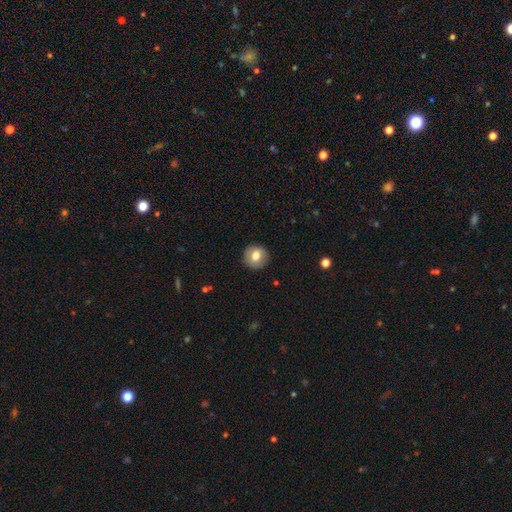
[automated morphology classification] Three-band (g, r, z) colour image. It shows a smooth galaxy with no disk features (73%) that is round (87%). Merging: none (88%).